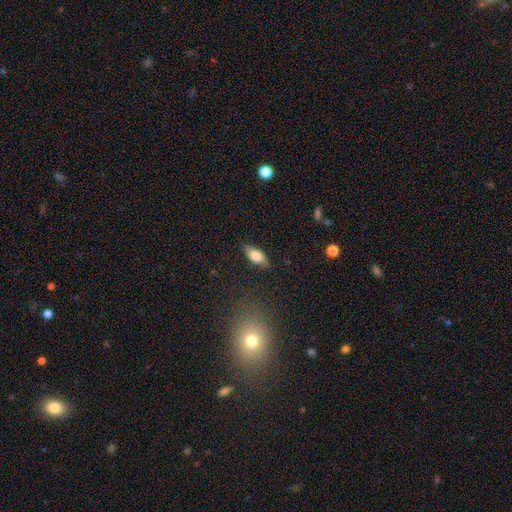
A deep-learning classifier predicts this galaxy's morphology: smooth 78%, featured or disk 15%, star or artifact 7%. Down the decision tree: how rounded — in between (82%); merging — none (83%).